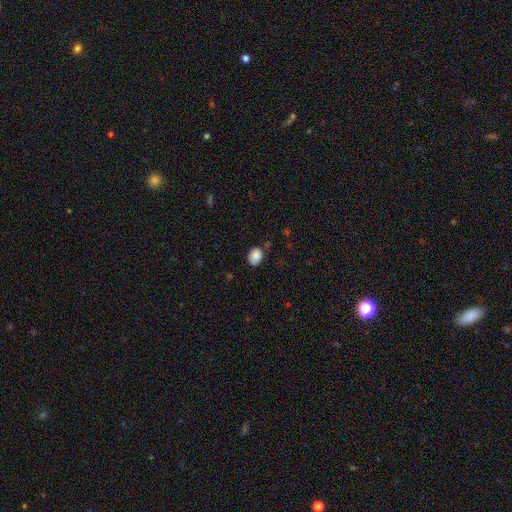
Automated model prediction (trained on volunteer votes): The model was most divided on "how rounded": in between: 57%, round: 42%, cigar-shaped: 1%. More confident: smooth or featured — smooth (87%); merging — none (74%).